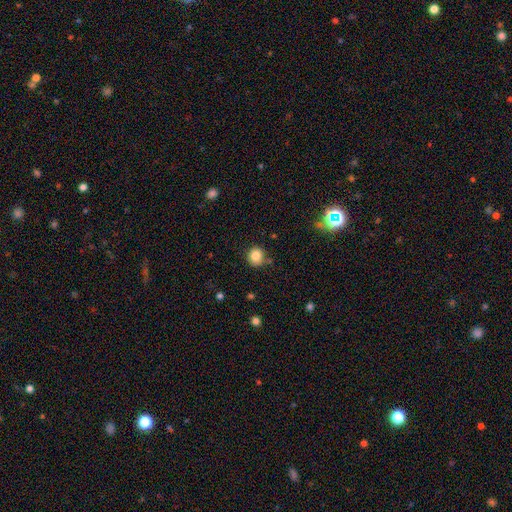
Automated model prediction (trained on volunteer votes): smooth 83%, star or artifact 11%, featured or disk 6%. Down the decision tree: how rounded — round (85%); merging — none (78%).